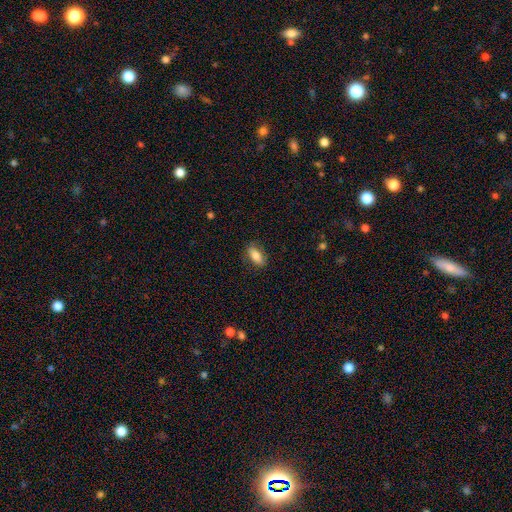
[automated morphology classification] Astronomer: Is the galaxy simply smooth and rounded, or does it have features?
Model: smooth — 79%.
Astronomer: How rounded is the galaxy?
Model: in between — 83%.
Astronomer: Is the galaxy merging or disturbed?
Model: none — 82%.